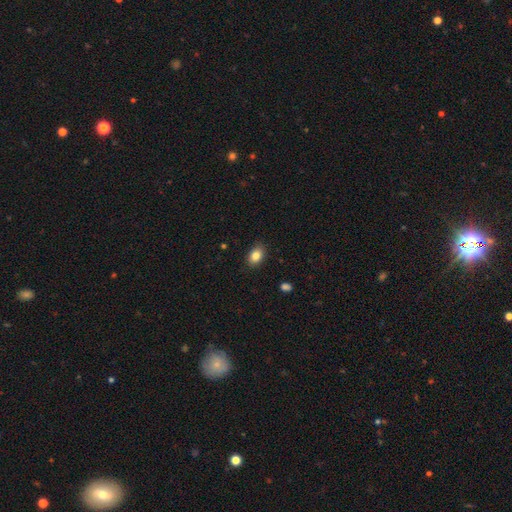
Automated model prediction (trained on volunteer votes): Q: Smooth or featured?
A: smooth (85%); runner-up: star or artifact (9%)
Q: How rounded?
A: in between (81%); runner-up: round (18%)
Q: Merging?
A: none (87%); runner-up: minor disturbance (10%)